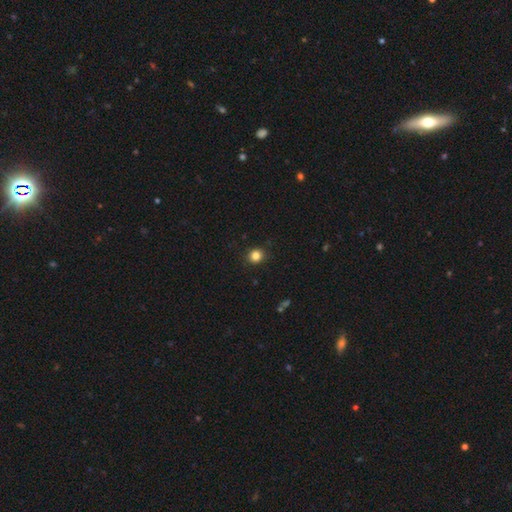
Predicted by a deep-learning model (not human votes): Smooth or featured? Predicted: smooth (p=0.84). How rounded? Predicted: round (p=0.86). Merging? Predicted: none (p=0.90).